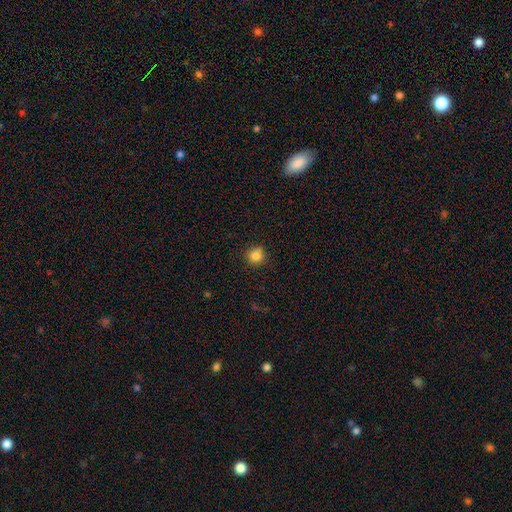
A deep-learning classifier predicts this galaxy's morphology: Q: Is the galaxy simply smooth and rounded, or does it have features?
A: smooth — 84%.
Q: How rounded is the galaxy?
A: round — 91%.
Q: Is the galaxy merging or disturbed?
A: none — 88%.